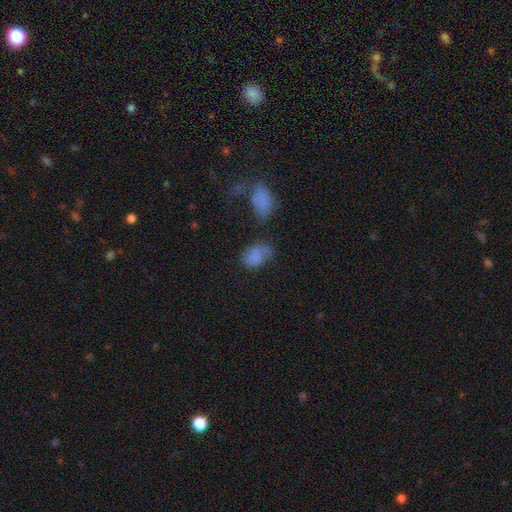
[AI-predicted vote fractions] smooth-or-featured: smooth: 73% | featured or disk: 14% | star or artifact: 13%
  how-rounded: in between: 78% | round: 21% | cigar-shaped: 2%
  merging: none: 40% | minor disturbance: 27% | major disturbance: 18% | merger: 15%